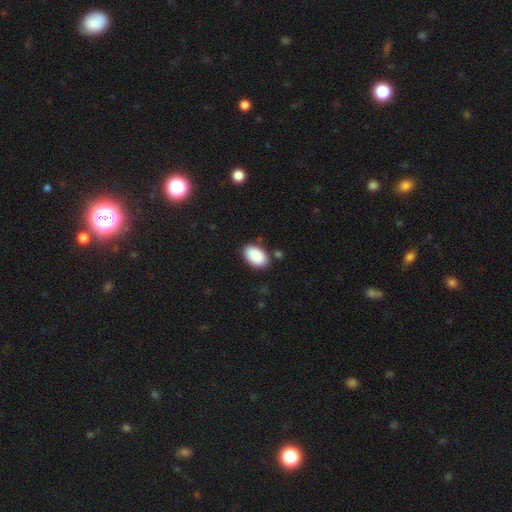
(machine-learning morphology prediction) Overall: smooth (90%). How rounded: in between (94%). Merging: none (83%).